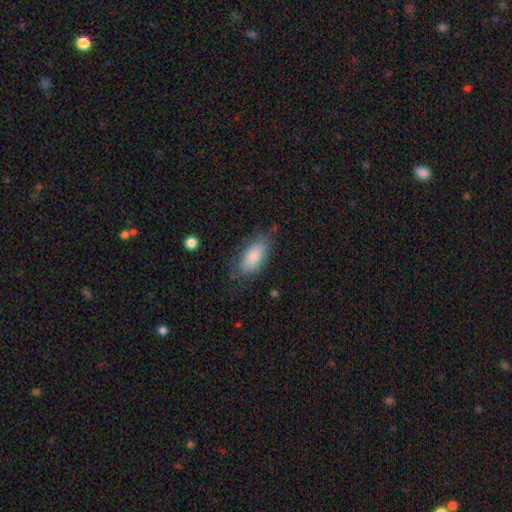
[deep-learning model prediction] The model was most divided on "merging": none: 69%, minor disturbance: 22%, major disturbance: 8%, merger: 1%. More confident: how rounded — in between (88%); smooth or featured — smooth (80%).